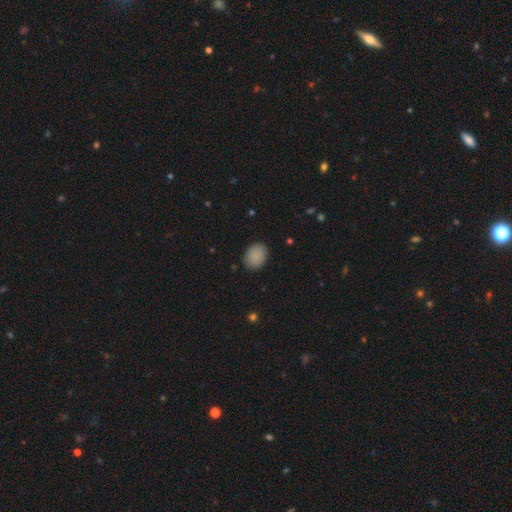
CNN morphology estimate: Smooth or featured? smooth (88%)
How rounded? in between (56%)
Merging? none (87%)